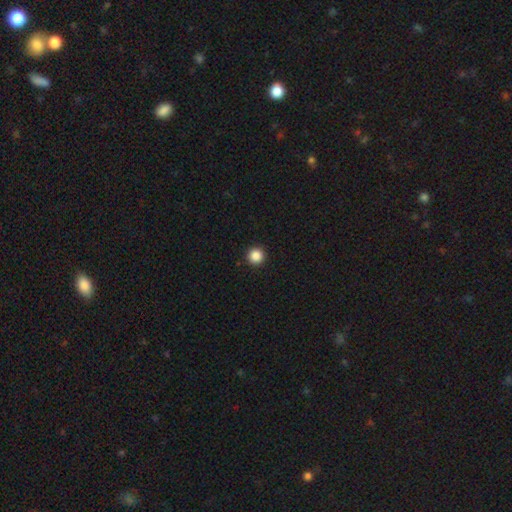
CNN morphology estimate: This is clearly a smooth galaxy (87%). How rounded: clearly round (96%). Merging: clearly none (94%).